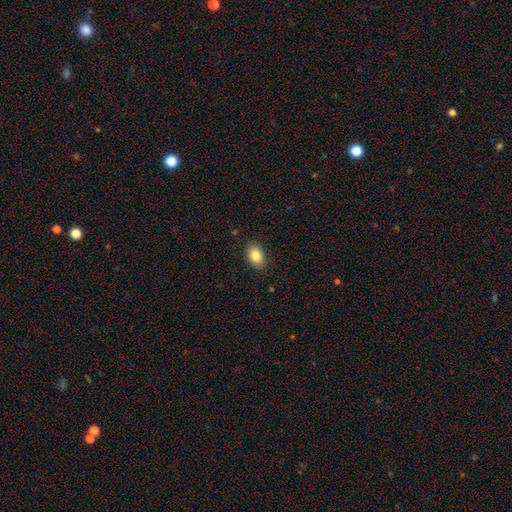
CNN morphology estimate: Smooth or featured? Predicted: smooth (p=0.84). How rounded? Predicted: in between (p=0.79). Merging? Predicted: none (p=0.87).